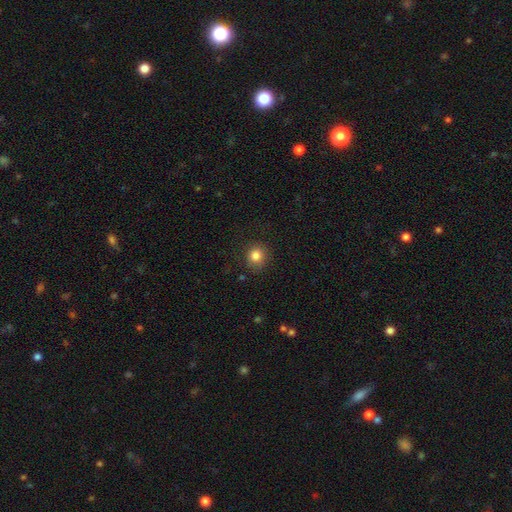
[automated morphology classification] smooth 83%, star or artifact 11%, featured or disk 6%. Down the decision tree: how rounded — round (82%); merging — none (84%).